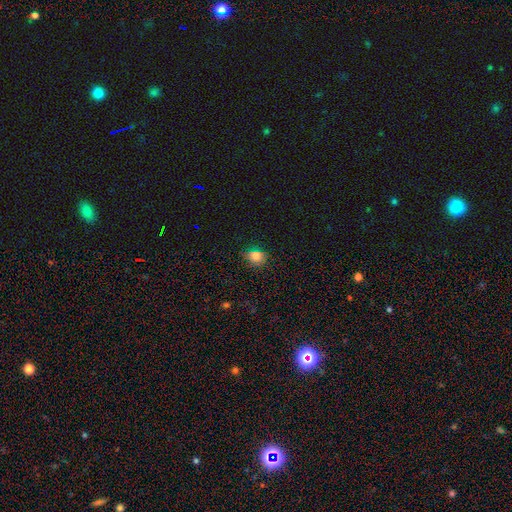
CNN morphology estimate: A smooth galaxy with no disk features (76%) that is round (65%).

Vote fractions:
- Smooth or featured? smooth: 76% / star or artifact: 18% / featured or disk: 6%
- How rounded? round: 65% / in between: 34% / cigar-shaped: 2%
- Merging? none: 81% / minor disturbance: 14% / major disturbance: 3% / merger: 2%